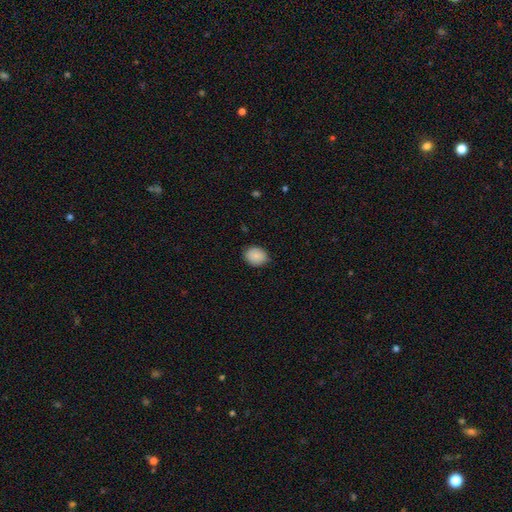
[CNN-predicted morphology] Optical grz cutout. It shows a smooth galaxy with no disk features (87%) that is round (55%). Merging: none (82%).